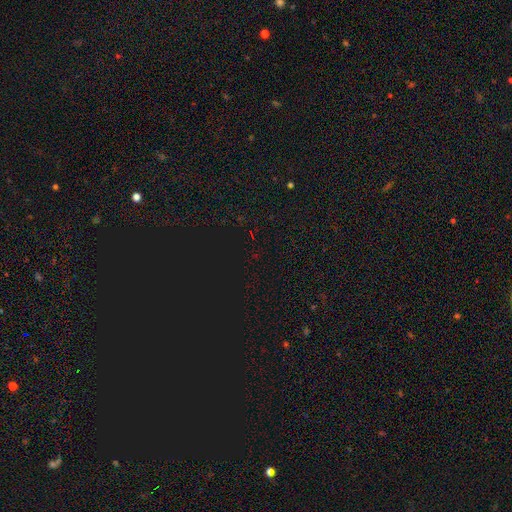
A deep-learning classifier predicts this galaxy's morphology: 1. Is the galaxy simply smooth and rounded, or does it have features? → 78% star or artifact, 16% smooth, 7% featured or disk.